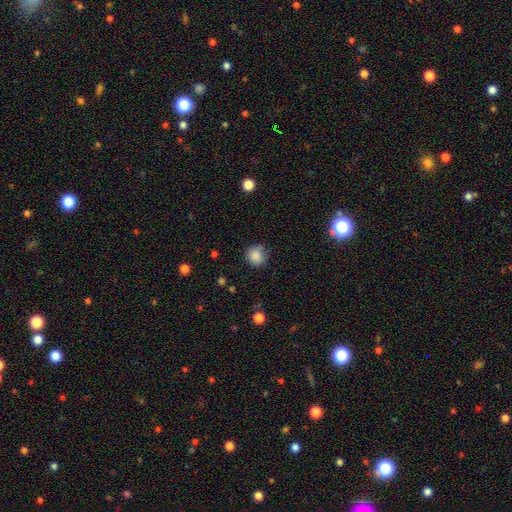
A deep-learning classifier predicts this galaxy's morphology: smooth_or_featured: smooth (p=0.86) [alt: star or artifact p=0.10]
how_rounded: round (p=0.87) [alt: in between p=0.12]
merging: none (p=0.77) [alt: minor disturbance p=0.17]